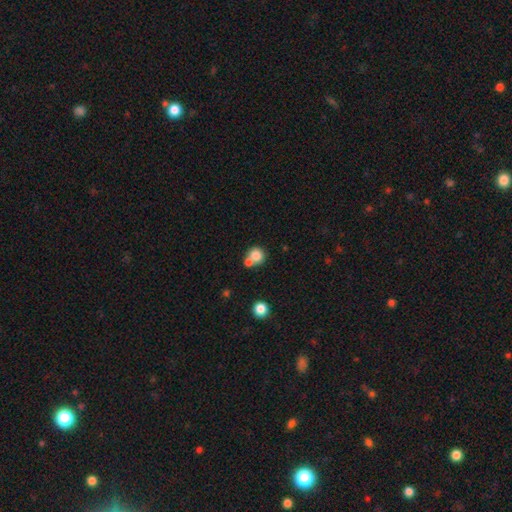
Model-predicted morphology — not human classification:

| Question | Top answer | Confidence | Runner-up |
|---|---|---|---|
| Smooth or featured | smooth | 79% | featured or disk (11%) |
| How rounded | round | 84% | in between (15%) |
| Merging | merger | 44% | tied: none (44%) |